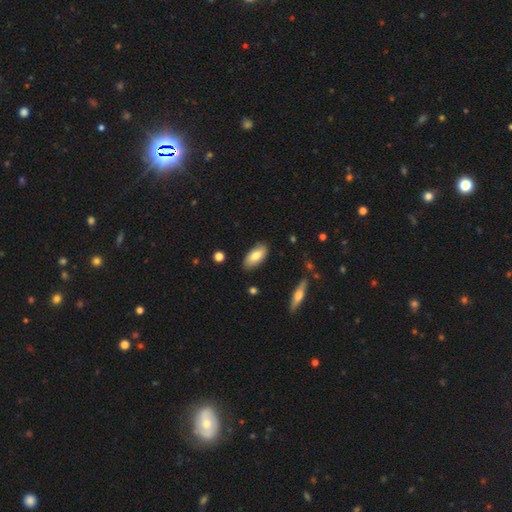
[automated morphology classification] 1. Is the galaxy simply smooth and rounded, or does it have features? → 76% smooth, 18% featured or disk, 6% star or artifact.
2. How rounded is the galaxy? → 89% in between, 9% cigar-shaped, 2% round.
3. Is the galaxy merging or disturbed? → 84% none, 13% minor disturbance, 2% major disturbance, 2% merger.